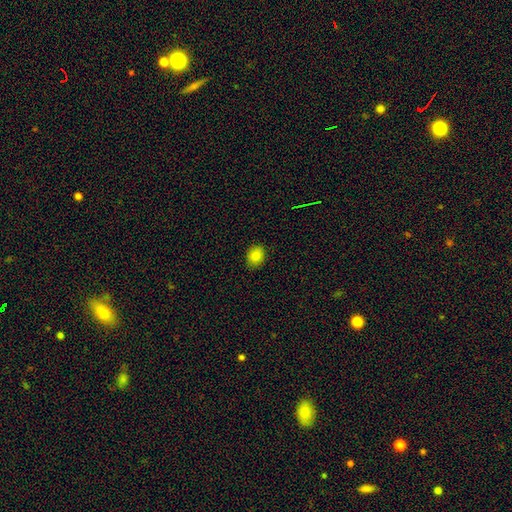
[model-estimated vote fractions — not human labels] The model was most divided on "how rounded": round: 53%, in between: 46%, cigar-shaped: 1%. More confident: merging — none (88%); smooth or featured — smooth (83%).